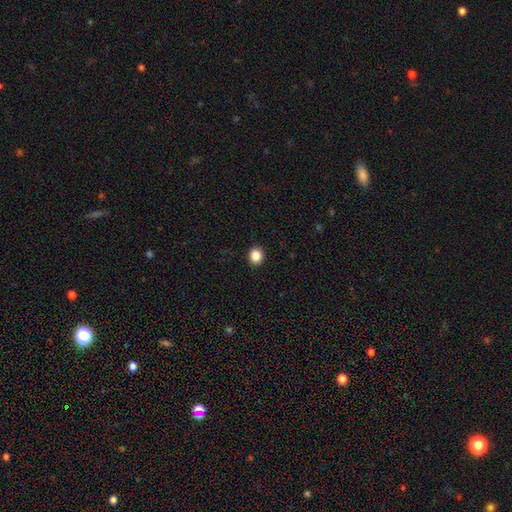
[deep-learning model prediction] Morphology: type=smooth (87%); roundness=round (72%); merging=none (92%).